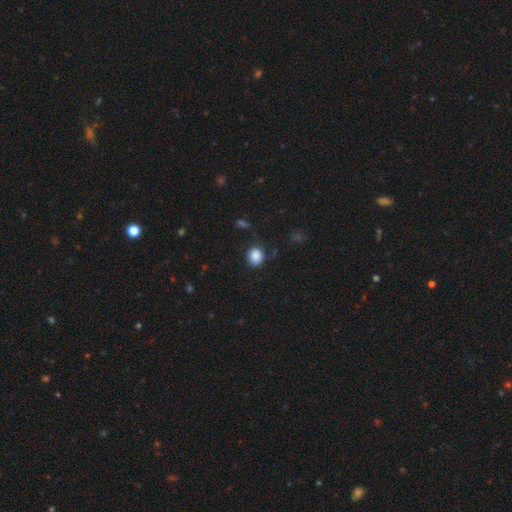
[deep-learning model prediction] A smooth galaxy with no disk features (87%) that is round (74%).

Vote fractions:
- Smooth or featured? smooth: 87% / star or artifact: 9% / featured or disk: 4%
- How rounded? round: 74% / in between: 25% / cigar-shaped: 1%
- Merging? none: 81% / minor disturbance: 13% / major disturbance: 4% / merger: 2%